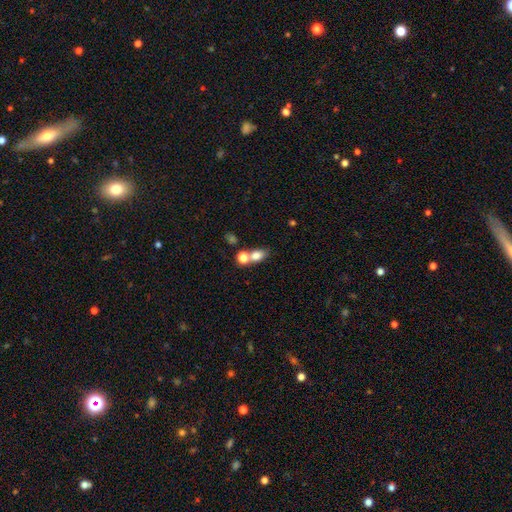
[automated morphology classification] The model was most divided on "merging": none: 43%, merger: 42%, minor disturbance: 10%, major disturbance: 5%. More confident: smooth or featured — smooth (76%); how rounded — in between (64%).